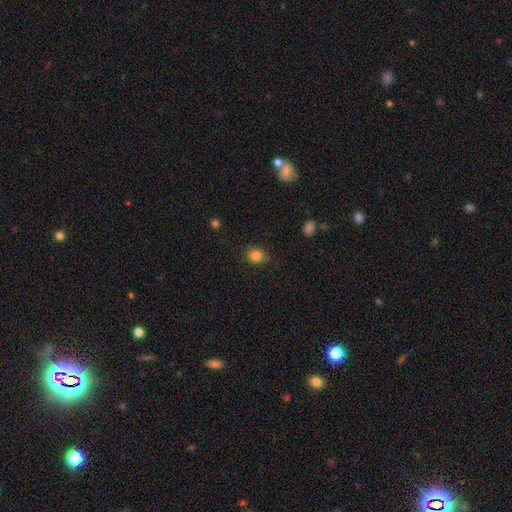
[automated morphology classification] Smooth or featured?
  - smooth: 84% *
  - star or artifact: 11%
  - featured or disk: 4%
How rounded?
  - round: 86% *
  - in between: 14%
  - cigar-shaped: 1%
Merging?
  - none: 86% *
  - minor disturbance: 10%
  - major disturbance: 3%
  - merger: 1%